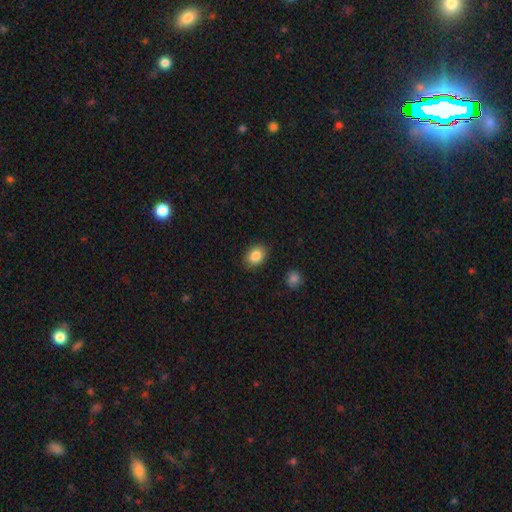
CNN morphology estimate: smooth_or_featured: smooth (p=0.86) [alt: star or artifact p=0.08]
how_rounded: in between (p=0.69) [alt: round p=0.30]
merging: none (p=0.88) [alt: minor disturbance p=0.08]